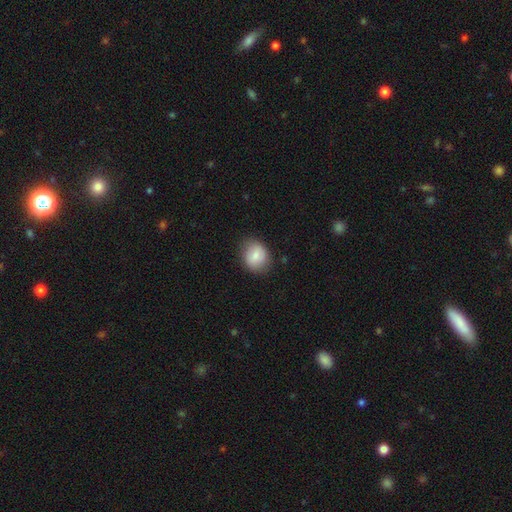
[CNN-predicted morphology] smooth-or-featured: smooth: 81% | featured or disk: 11% | star or artifact: 7%
  how-rounded: round: 61% | in between: 38% | cigar-shaped: 1%
  merging: none: 79% | minor disturbance: 16% | major disturbance: 4% | merger: 1%